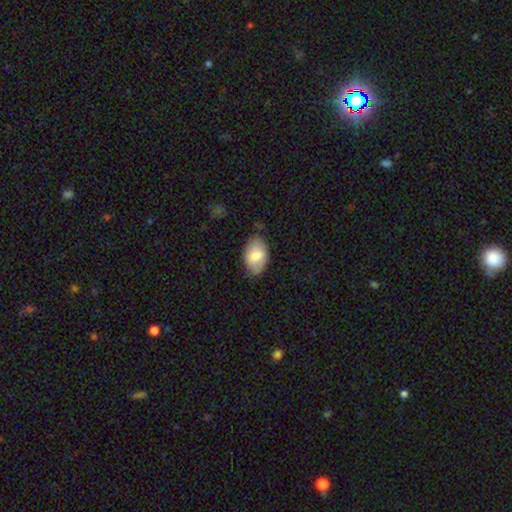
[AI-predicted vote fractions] A smooth galaxy with no disk features (77%) that is in between round and cigar-shaped (92%).

Vote fractions:
- Smooth or featured? smooth: 77% / featured or disk: 16% / star or artifact: 6%
- How rounded? in between: 92% / round: 7% / cigar-shaped: 1%
- Merging? none: 77% / minor disturbance: 18% / major disturbance: 3% / merger: 1%